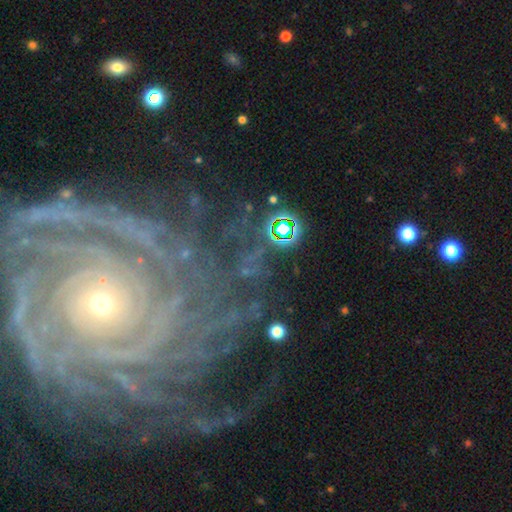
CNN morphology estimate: This is clearly a featured or disk galaxy (88%). It is clearly not viewed edge-on (97%). Bar: likely no (76%). Spiral arm pattern: clearly yes (98%). Spiral arm count: marginally more than 4 (37%). Spiral winding: clearly tight (84%). Central bulge: likely small (73%). Merging: likely none (73%).